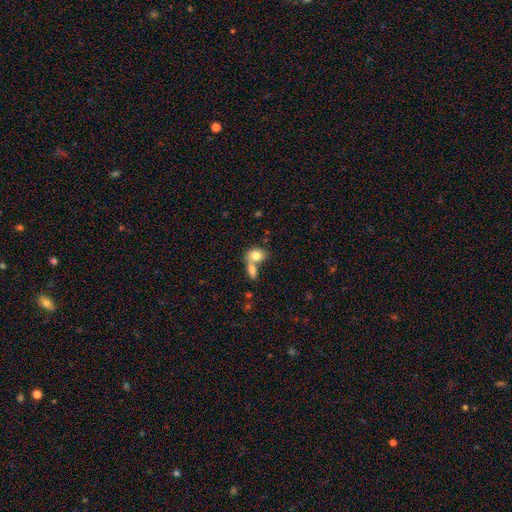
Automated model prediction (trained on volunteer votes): Q: Smooth or featured?
A: smooth (79%); runner-up: featured or disk (13%)
Q: How rounded?
A: in between (62%); runner-up: round (36%)
Q: Merging?
A: merger (58%); runner-up: none (30%)